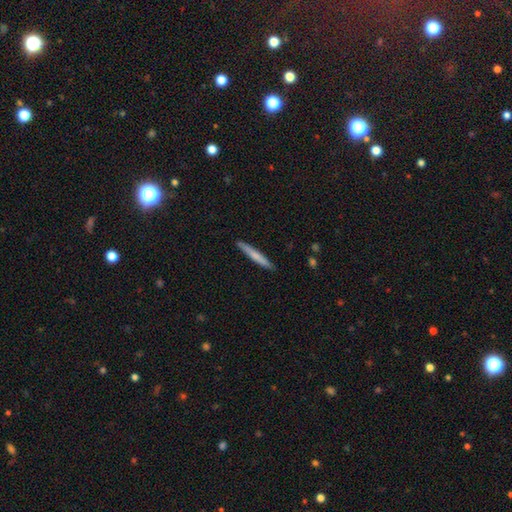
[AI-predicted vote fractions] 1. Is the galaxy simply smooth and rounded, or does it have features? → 68% smooth, 27% featured or disk, 5% star or artifact.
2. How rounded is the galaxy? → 96% cigar-shaped, 3% in between, 1% round.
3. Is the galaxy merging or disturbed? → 90% none, 8% minor disturbance, 1% major disturbance, 1% merger.